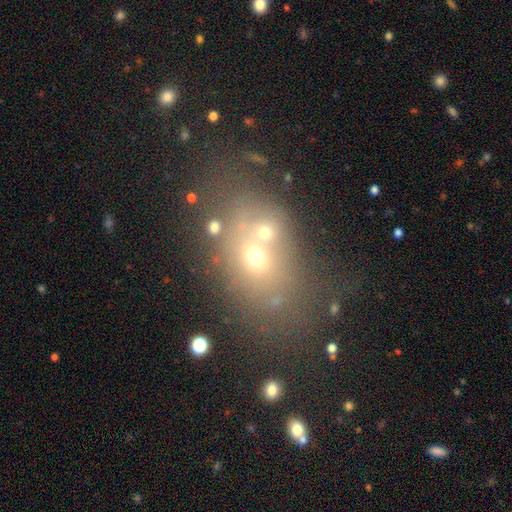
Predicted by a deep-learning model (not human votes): This is possibly a smooth galaxy (54%). How rounded: likely in between (62%). Merging: marginally none (44%).